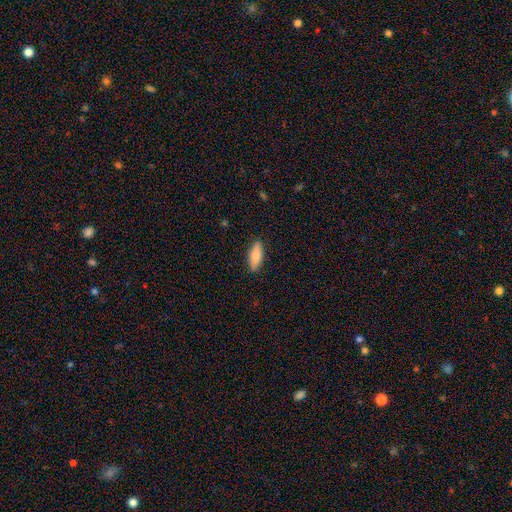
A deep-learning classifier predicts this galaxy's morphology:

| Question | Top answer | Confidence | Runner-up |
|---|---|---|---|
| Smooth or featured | smooth | 84% | featured or disk (10%) |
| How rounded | in between | 67% | cigar-shaped (31%) |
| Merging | none | 88% | minor disturbance (9%) |